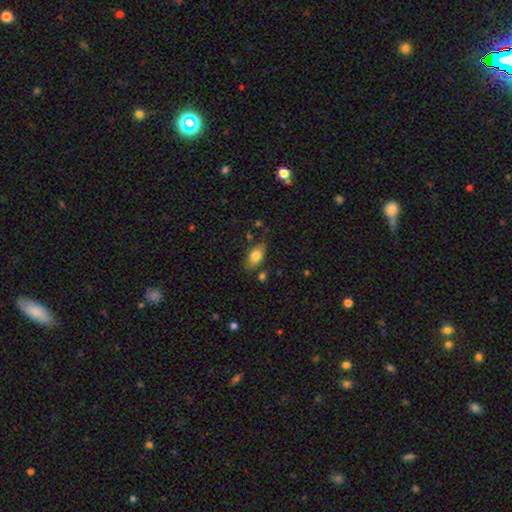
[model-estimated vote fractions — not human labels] Overall: smooth (79%). How rounded: in between (89%). Merging: none (74%).